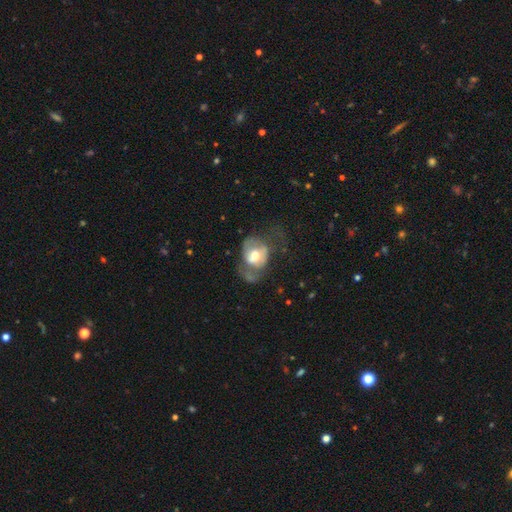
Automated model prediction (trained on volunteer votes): Smooth or featured?
  - smooth: 47% *
  - featured or disk: 46%
  - star or artifact: 8%
Merging?
  - major disturbance: 43% *
  - none: 27%
  - minor disturbance: 22%
  - merger: 9%